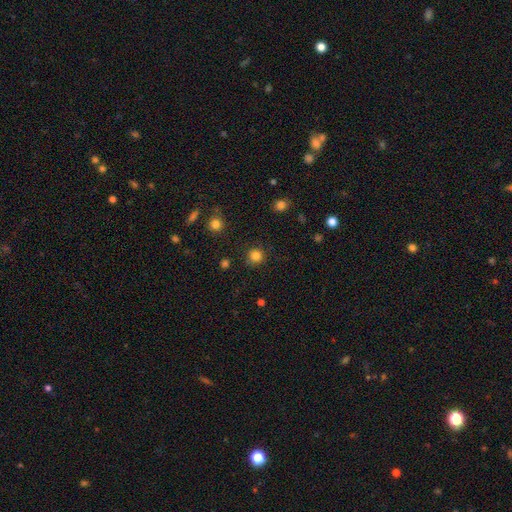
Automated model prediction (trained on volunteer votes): The model was most divided on "smooth or featured": smooth: 83%, star or artifact: 13%, featured or disk: 4%. More confident: how rounded — round (94%); merging — none (89%).